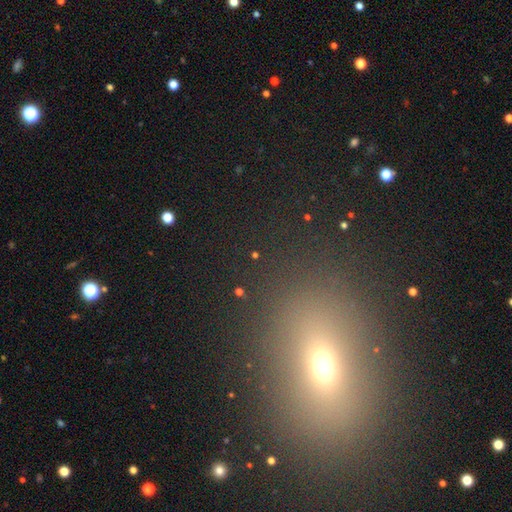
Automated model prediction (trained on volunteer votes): smooth-or-featured: star or artifact: 61% | smooth: 28% | featured or disk: 12%